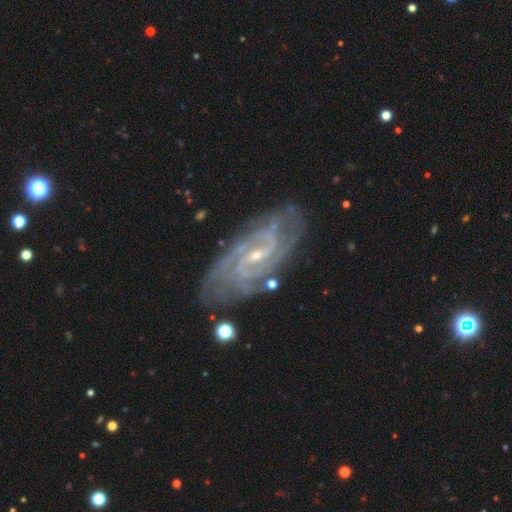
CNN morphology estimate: The model was most divided on "bar": weak: 48%, no: 29%, strong: 23%. Remaining: spiral arms — yes (99%); edge-on disk — no (96%); smooth or featured — featured or disk (92%); merging — none (78%); bulge size — small (75%); spiral winding — tight (59%); spiral arm count — 2 (43%).